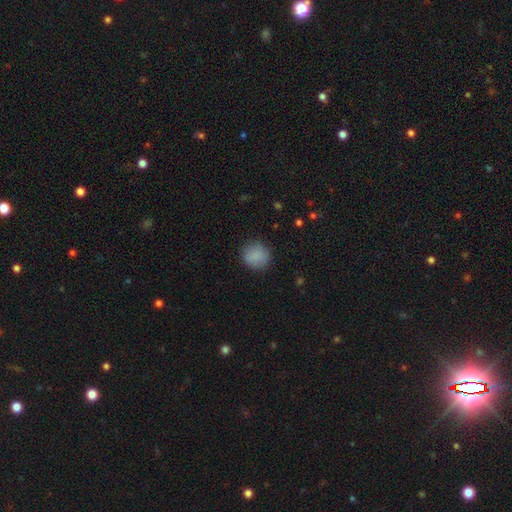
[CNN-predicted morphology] A smooth galaxy with no disk features (86%) that is round (89%). Merging: none (86%).